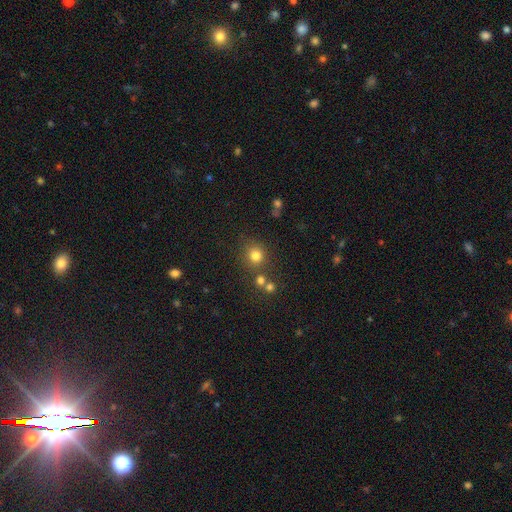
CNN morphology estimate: Smooth or featured? smooth (78%)
How rounded? round (88%)
Merging? none (75%)